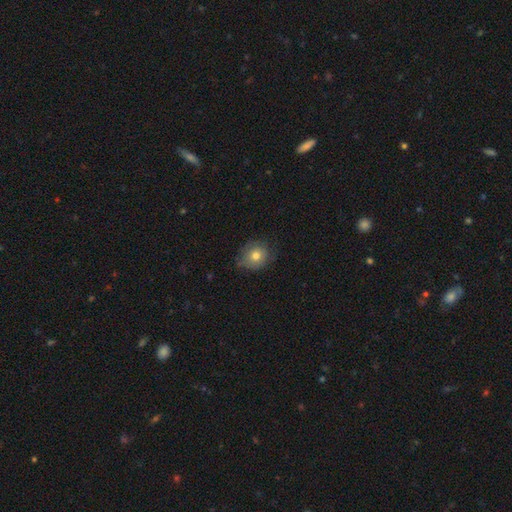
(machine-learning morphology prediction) smooth-or-featured: smooth: 72% | featured or disk: 19% | star or artifact: 9%
  how-rounded: round: 74% | in between: 25% | cigar-shaped: 1%
  merging: none: 64% | minor disturbance: 28% | major disturbance: 7% | merger: 1%